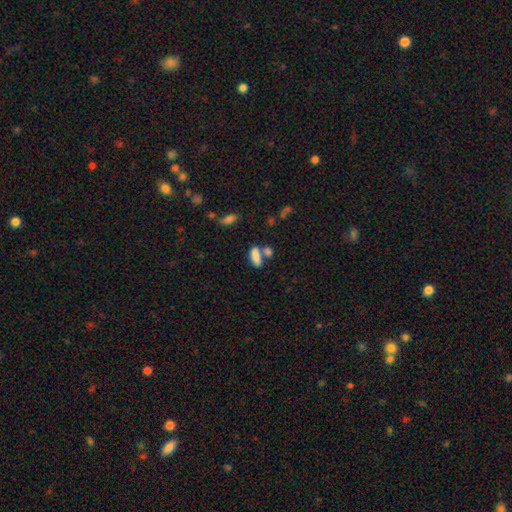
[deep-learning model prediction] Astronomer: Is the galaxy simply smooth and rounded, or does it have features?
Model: smooth — 84%.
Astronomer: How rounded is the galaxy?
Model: in between — 71%.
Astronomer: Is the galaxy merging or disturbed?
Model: none — 50% (runner-up: merger, 34%).